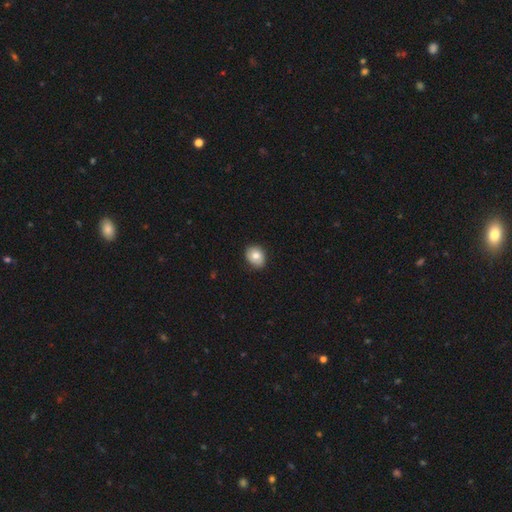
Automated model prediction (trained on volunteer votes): smooth_or_featured: smooth (p=0.79) [alt: featured or disk p=0.13]
how_rounded: in between (p=0.53) [alt: round p=0.46]
merging: none (p=0.83) [alt: minor disturbance p=0.14]